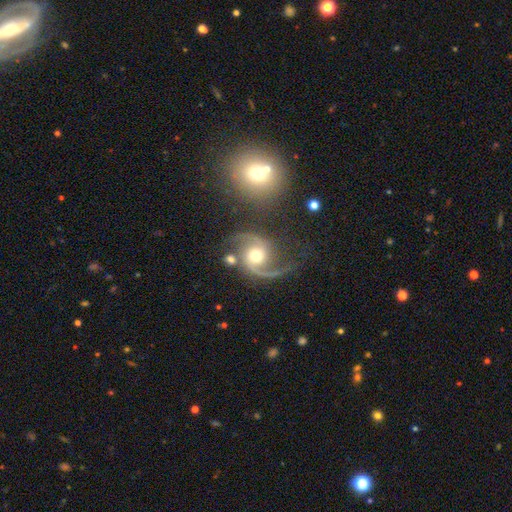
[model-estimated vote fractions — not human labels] featured or disk 88%, star or artifact 6%, smooth 6%. Down the decision tree: edge-on disk — no (98%); bar — no (65%); spiral arms — yes (98%); spiral arm count — 2 (90%); spiral winding — medium (46%); bulge size — moderate (70%); merging — none (63%).